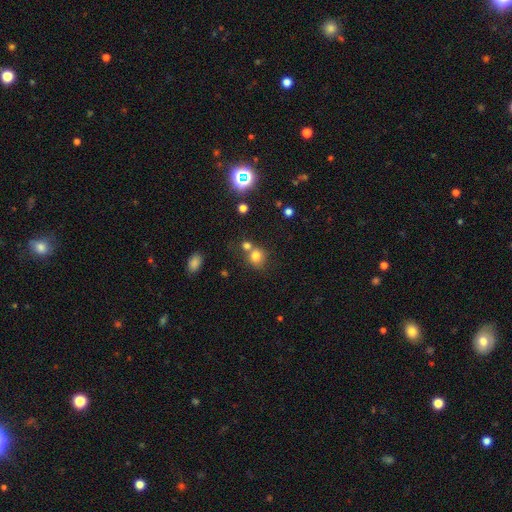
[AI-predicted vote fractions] The model was most divided on "merging": none: 51%, merger: 35%, minor disturbance: 10%, major disturbance: 4%. More confident: how rounded — round (79%); smooth or featured — smooth (75%).